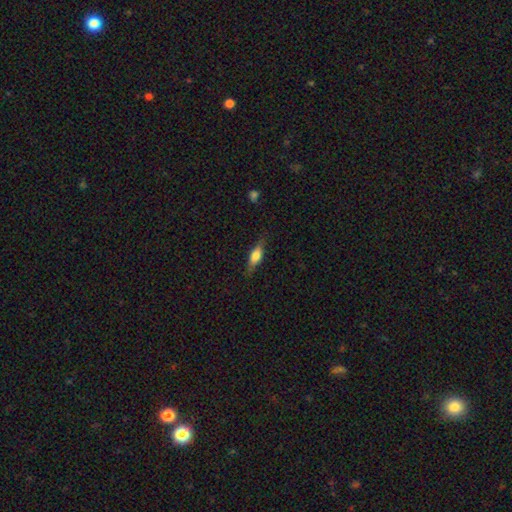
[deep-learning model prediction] Smooth or featured: smooth — 56% (featured or disk — 37%)
How rounded: in between — 55% (cigar-shaped — 41%)
Merging: none — 80% (minor disturbance — 15%)